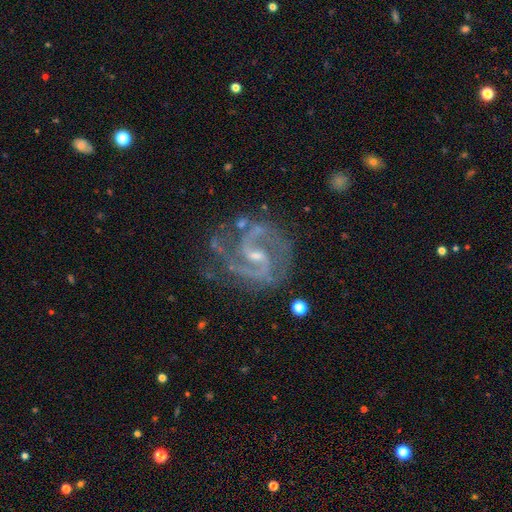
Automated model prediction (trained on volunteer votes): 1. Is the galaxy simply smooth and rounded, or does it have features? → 92% featured or disk, 5% star or artifact, 3% smooth.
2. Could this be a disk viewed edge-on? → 98% no, 2% yes.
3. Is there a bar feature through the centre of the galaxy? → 54% weak, 25% strong, 20% no.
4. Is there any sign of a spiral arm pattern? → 98% yes, 2% no.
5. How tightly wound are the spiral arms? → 63% medium, 25% tight, 12% loose.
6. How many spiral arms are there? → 87% 2, 5% 3, 3% can't tell, 2% 1, 2% 4, 2% more than 4.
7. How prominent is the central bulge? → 63% small, 29% moderate, 6% none, 1% large, 1% dominant.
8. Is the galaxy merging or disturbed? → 70% none, 18% minor disturbance, 9% major disturbance, 3% merger.